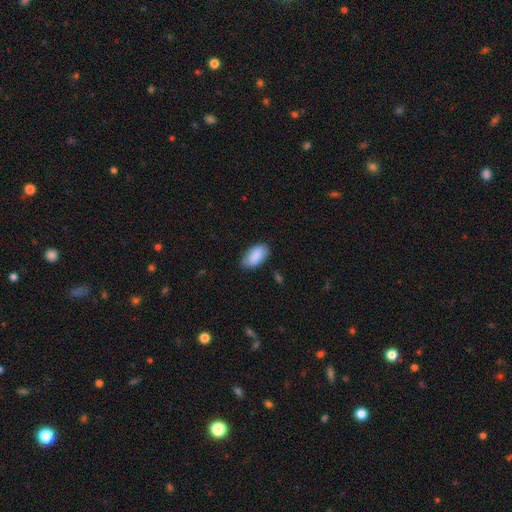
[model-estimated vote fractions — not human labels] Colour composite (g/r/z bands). It shows a smooth galaxy with no disk features (89%) that is in between round and cigar-shaped (95%). Merging: none (80%).